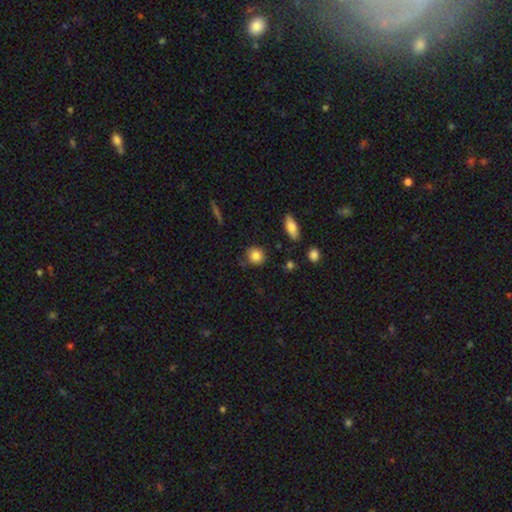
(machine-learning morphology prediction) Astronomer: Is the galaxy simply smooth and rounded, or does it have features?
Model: smooth — 85%.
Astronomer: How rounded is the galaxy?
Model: round — 83%.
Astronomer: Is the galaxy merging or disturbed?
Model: none — 77%.